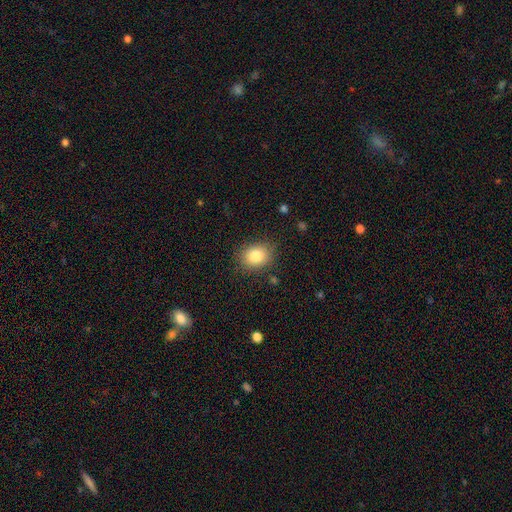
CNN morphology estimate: Smooth or featured: smooth — 84% (star or artifact — 9%)
How rounded: in between — 53% (round — 46%)
Merging: none — 83% (minor disturbance — 12%)